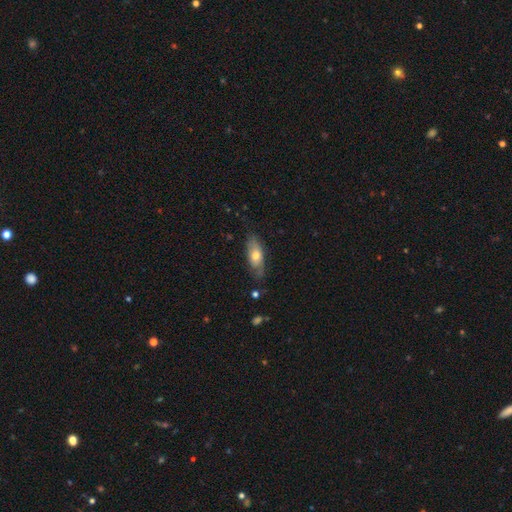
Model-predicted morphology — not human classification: A smooth galaxy with no disk features (62%) that is in between round and cigar-shaped (76%). Merging: none (68%).